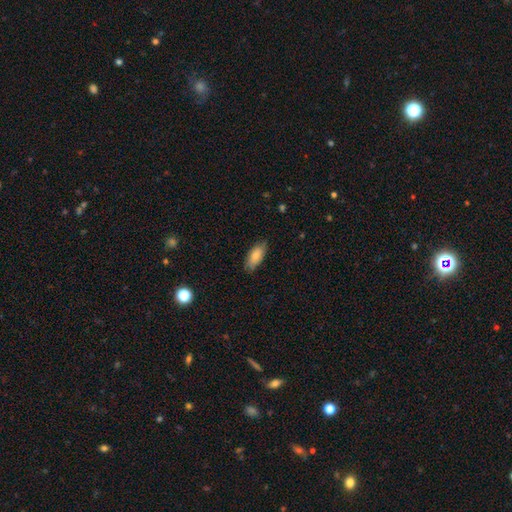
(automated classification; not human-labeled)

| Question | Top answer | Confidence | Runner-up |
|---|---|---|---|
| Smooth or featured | smooth | 80% | featured or disk (14%) |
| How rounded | in between | 86% | cigar-shaped (11%) |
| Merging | none | 80% | minor disturbance (16%) |